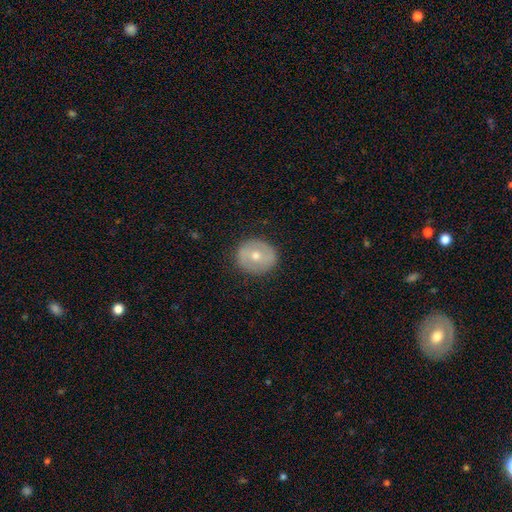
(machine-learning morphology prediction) Smooth or featured? Predicted: smooth (p=0.49). Merging? Predicted: none (p=0.88).